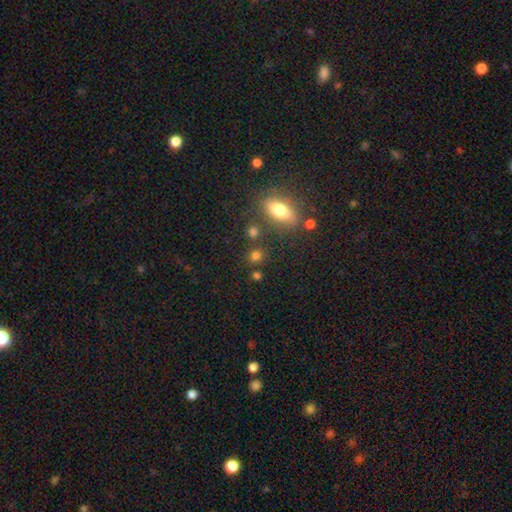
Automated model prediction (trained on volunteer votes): Overall: smooth (78%). How rounded: round (76%). Merging: none (77%).